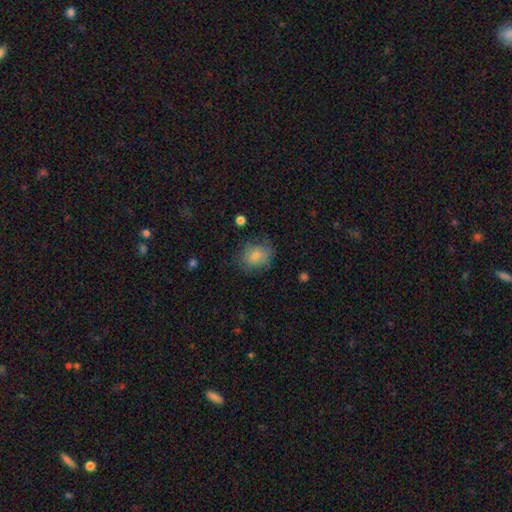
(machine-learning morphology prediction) Smooth or featured: smooth — 69% (featured or disk — 20%)
How rounded: round — 59% (in between — 39%)
Merging: none — 67% (minor disturbance — 23%)